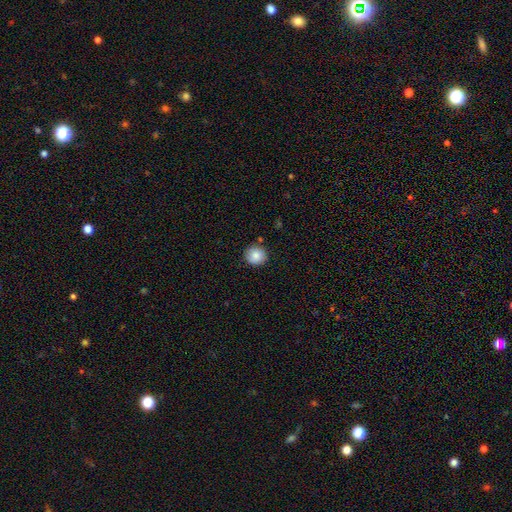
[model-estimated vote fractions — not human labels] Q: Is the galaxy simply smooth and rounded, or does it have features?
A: smooth — 83%.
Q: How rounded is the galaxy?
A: round — 89%.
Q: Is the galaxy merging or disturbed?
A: none — 86%.